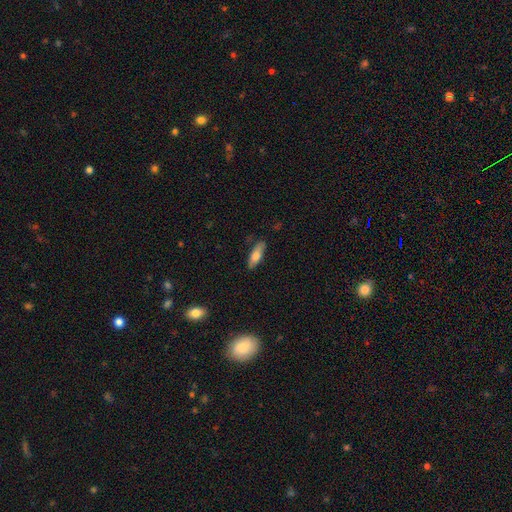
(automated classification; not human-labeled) Overall: smooth (70%). How rounded: cigar-shaped (49%, tied with in between). Merging: none (82%).